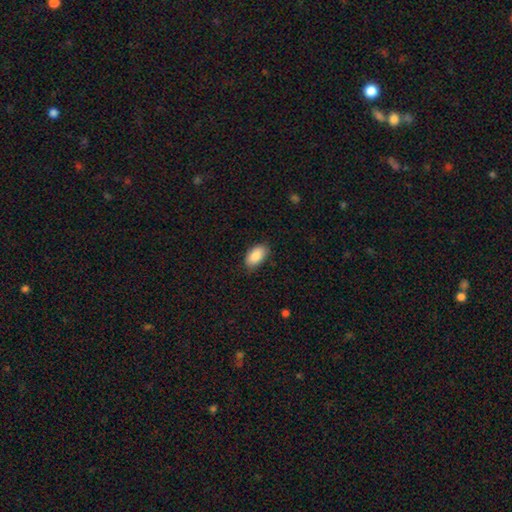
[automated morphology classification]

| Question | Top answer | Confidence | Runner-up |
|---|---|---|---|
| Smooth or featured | smooth | 89% | star or artifact (6%) |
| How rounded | in between | 95% | round (3%) |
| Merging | none | 84% | minor disturbance (13%) |